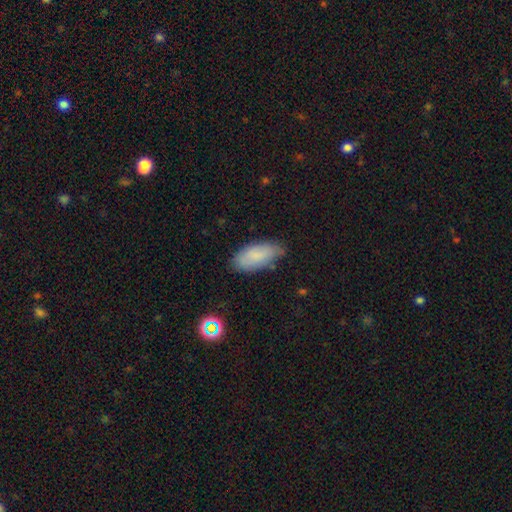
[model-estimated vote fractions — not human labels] Overall: smooth (82%). How rounded: in between (87%). Merging: none (74%).